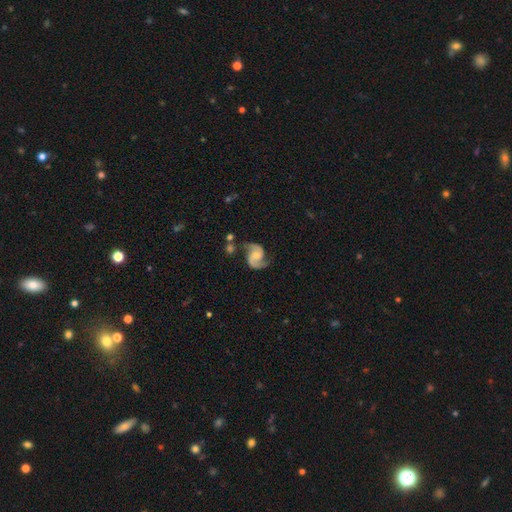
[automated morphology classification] smooth-or-featured: featured or disk: 91% | smooth: 5% | star or artifact: 5%
  disk-edge-on: no: 98% | yes: 2%
    bar: no: 58% | weak: 33% | strong: 9%
    has-spiral-arms: yes: 98% | no: 2%
      spiral-winding: medium: 58% | loose: 26% | tight: 16%
      spiral-arm-count: 2: 94% | 1: 2% | can't tell: 2% | 3: 1% | 4: 1% | more than 4: 1%
    bulge-size: moderate: 44% | small: 42% | none: 9% | large: 3% | dominant: 1%
  merging: none: 71% | minor disturbance: 17% | major disturbance: 7% | merger: 6%